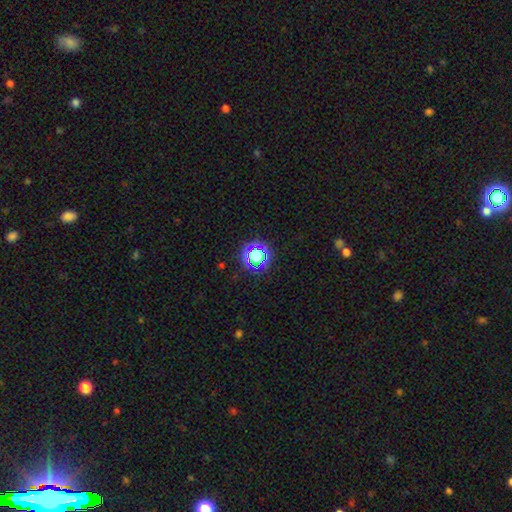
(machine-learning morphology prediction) smooth-or-featured: star or artifact: 58% | smooth: 32% | featured or disk: 10%